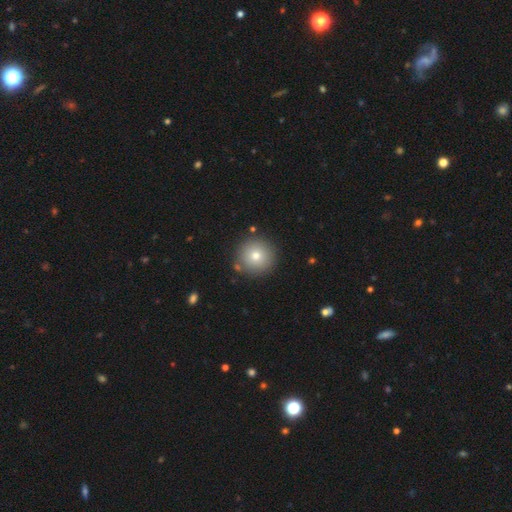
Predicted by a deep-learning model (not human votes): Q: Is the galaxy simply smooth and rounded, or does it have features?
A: smooth — 76%.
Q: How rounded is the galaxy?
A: round — 96%.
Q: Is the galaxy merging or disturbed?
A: none — 88%.